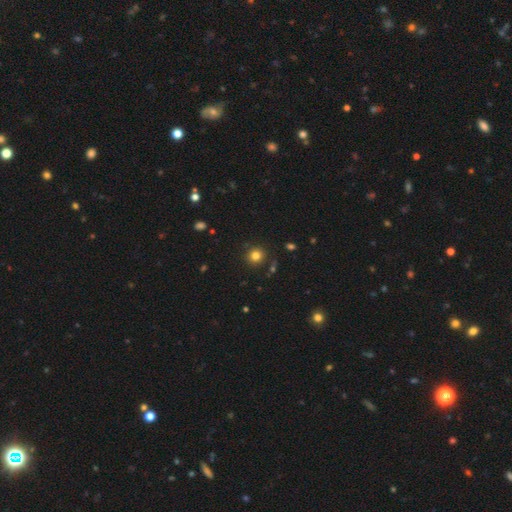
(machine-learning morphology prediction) A smooth galaxy with no disk features (80%) that is round (91%).

Vote fractions:
- Smooth or featured? smooth: 80% / star or artifact: 14% / featured or disk: 6%
- How rounded? round: 91% / in between: 8% / cigar-shaped: 1%
- Merging? none: 88% / minor disturbance: 7% / merger: 3% / major disturbance: 2%